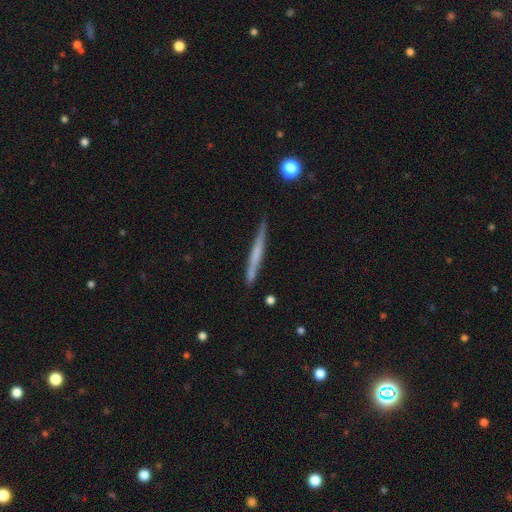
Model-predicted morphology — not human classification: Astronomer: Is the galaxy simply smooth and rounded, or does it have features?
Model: smooth — 47%, tied with featured or disk at 47%.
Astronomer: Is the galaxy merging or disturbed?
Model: none — 86%.